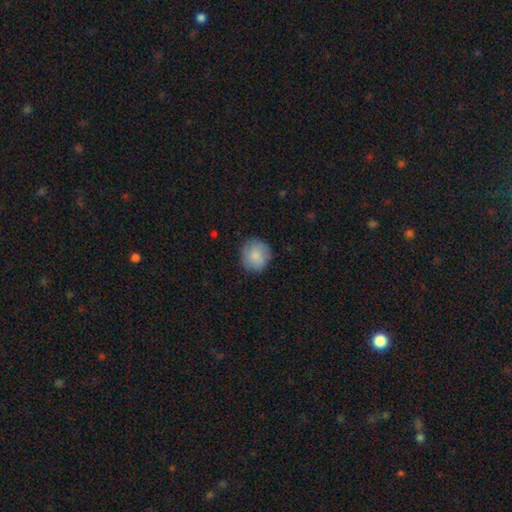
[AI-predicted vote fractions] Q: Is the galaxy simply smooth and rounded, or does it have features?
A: smooth — 80%.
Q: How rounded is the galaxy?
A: round — 88%.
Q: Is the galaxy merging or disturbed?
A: none — 81%.